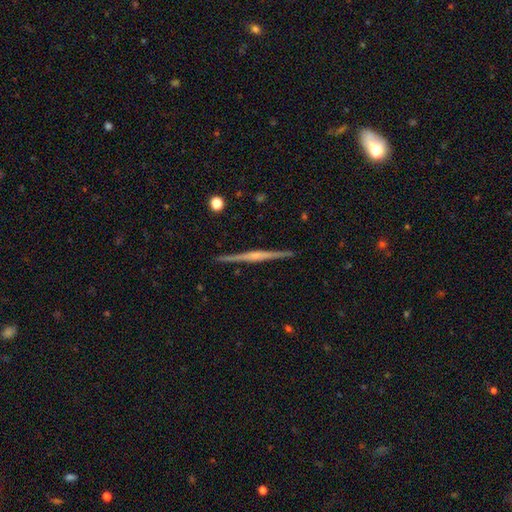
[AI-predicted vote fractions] Smooth or featured: featured or disk — 80% (smooth — 15%)
Edge-on disk: yes — 99% (no — 1%)
Edge-on bulge: rounded — 55% (none — 27%)
Merging: none — 92% (minor disturbance — 6%)